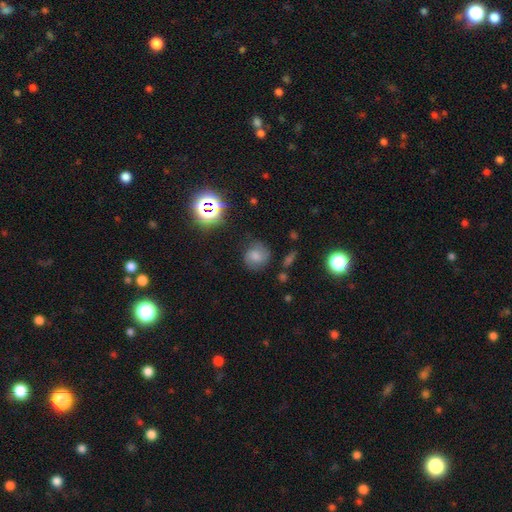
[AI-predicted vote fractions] Morphology: type=smooth (51%); roundness=round (83%); merging=none (72%).